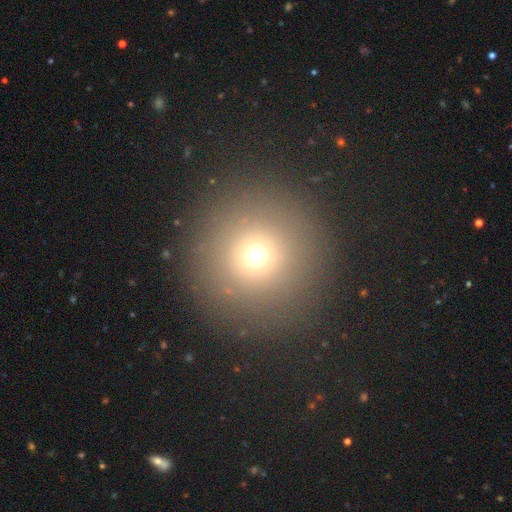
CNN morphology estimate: type=smooth (67%); roundness=round (96%); merging=none (89%).